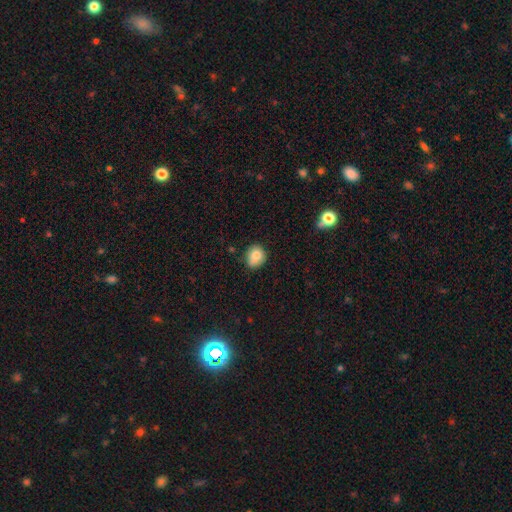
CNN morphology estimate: Smooth or featured? Predicted: smooth (p=0.81). How rounded? Predicted: round (p=0.67). Merging? Predicted: none (p=0.66).